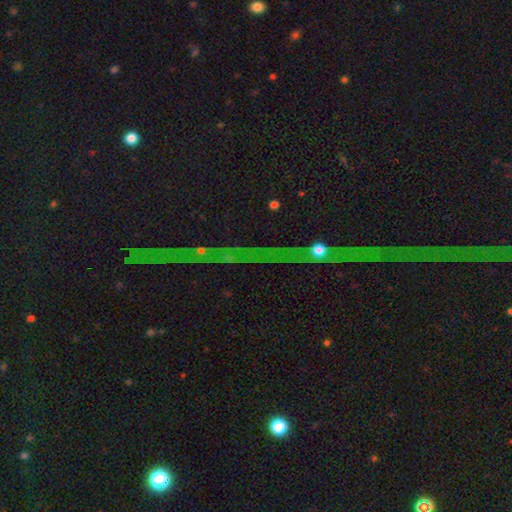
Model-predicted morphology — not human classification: A star or artifact, not a galaxy (74%).